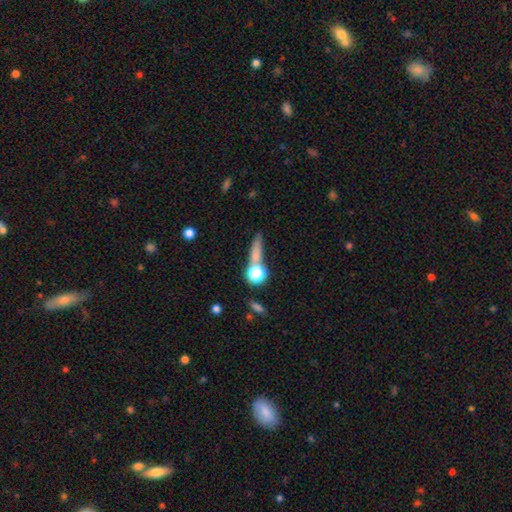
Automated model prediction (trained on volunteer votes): Smooth or featured? smooth (66%)
How rounded? cigar-shaped (57%)
Merging? none (61%)